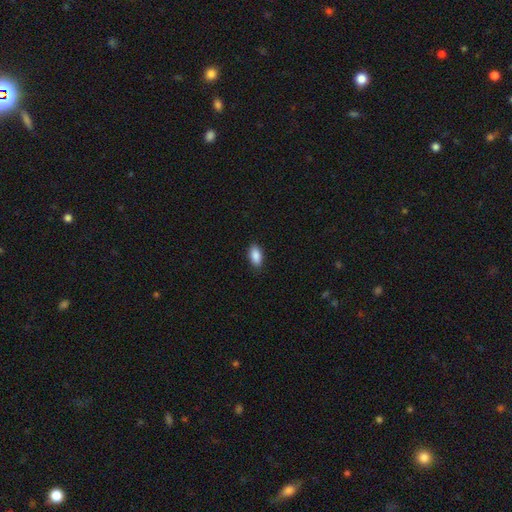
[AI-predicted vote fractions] This appears to be a smooth galaxy with no disk features (90%) that is in between round and cigar-shaped (92%). Merging: none (87%).